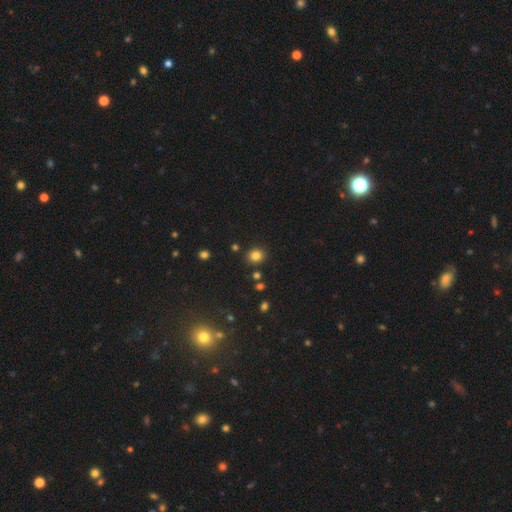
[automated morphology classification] smooth-or-featured: smooth: 81% | star or artifact: 14% | featured or disk: 5%
  how-rounded: round: 80% | in between: 19% | cigar-shaped: 1%
  merging: none: 87% | minor disturbance: 7% | merger: 4% | major disturbance: 2%